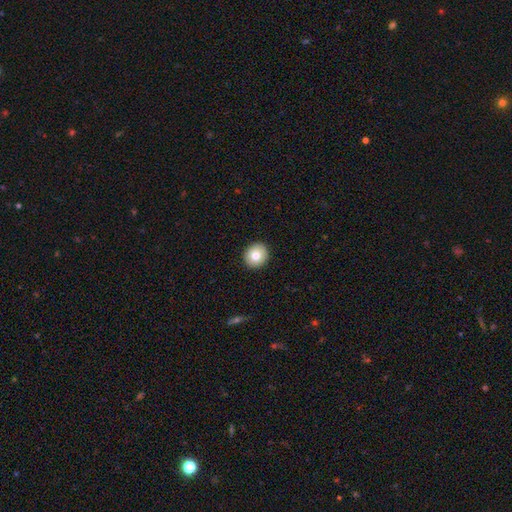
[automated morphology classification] Overall: smooth (79%). How rounded: round (83%). Merging: none (92%).